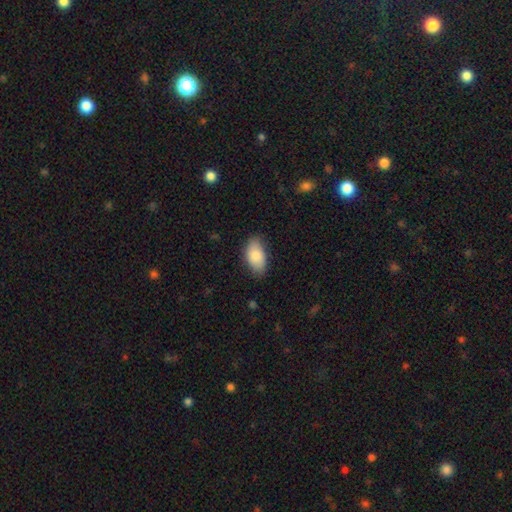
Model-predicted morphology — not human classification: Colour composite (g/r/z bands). It shows a smooth galaxy with no disk features (85%) that is in between round and cigar-shaped (94%). Merging: none (76%).